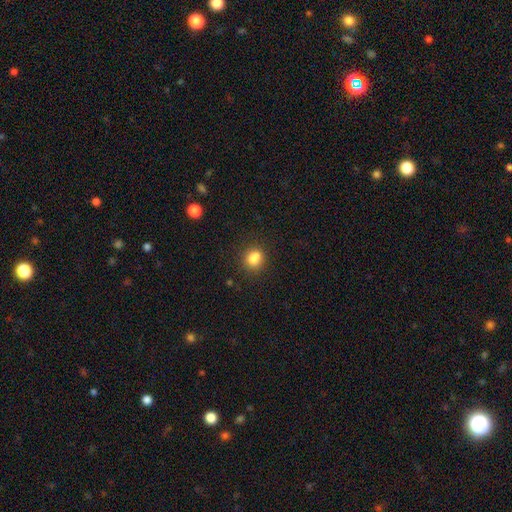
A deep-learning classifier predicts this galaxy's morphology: Overall: smooth (81%). How rounded: round (65%; in between 33%). Merging: none (65%).